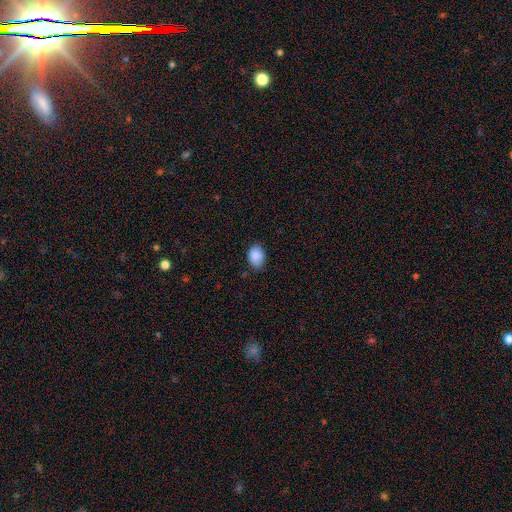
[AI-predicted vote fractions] Smooth or featured? Predicted: smooth (p=0.89). How rounded? Predicted: in between (p=0.76). Merging? Predicted: none (p=0.78).